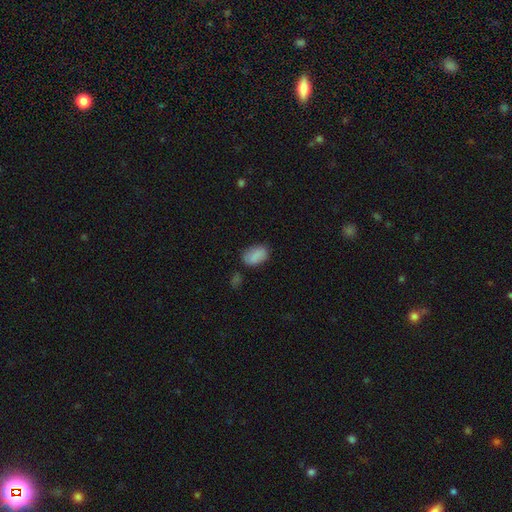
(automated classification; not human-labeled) Smooth or featured? smooth (84%)
How rounded? in between (91%)
Merging? none (73%)